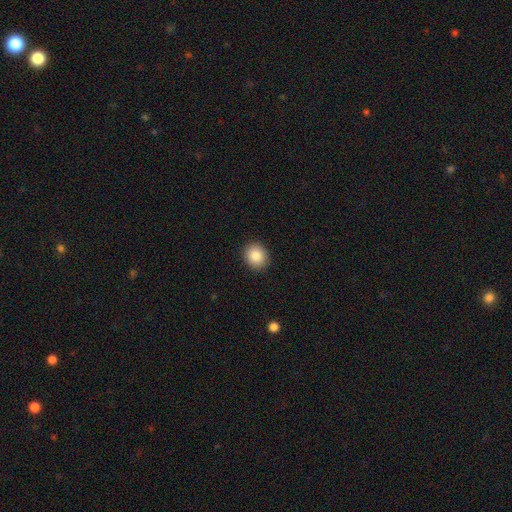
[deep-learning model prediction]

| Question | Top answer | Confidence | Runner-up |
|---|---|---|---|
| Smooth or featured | smooth | 85% | star or artifact (9%) |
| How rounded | round | 75% | in between (25%) |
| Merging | none | 91% | minor disturbance (6%) |